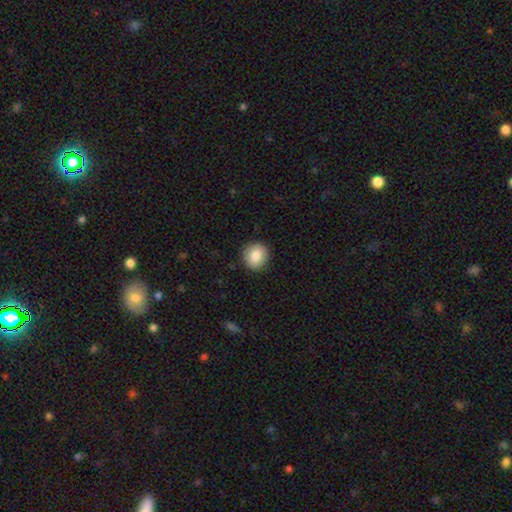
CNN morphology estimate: This is clearly a smooth galaxy (85%). How rounded: clearly round (80%). Merging: clearly none (90%).